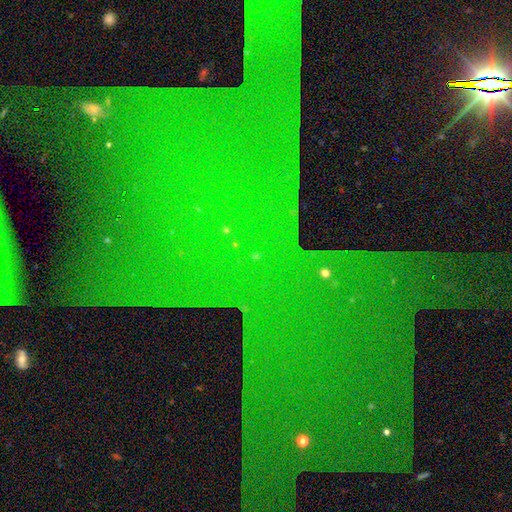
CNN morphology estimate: star or artifact 84%, featured or disk 9%, smooth 7%.